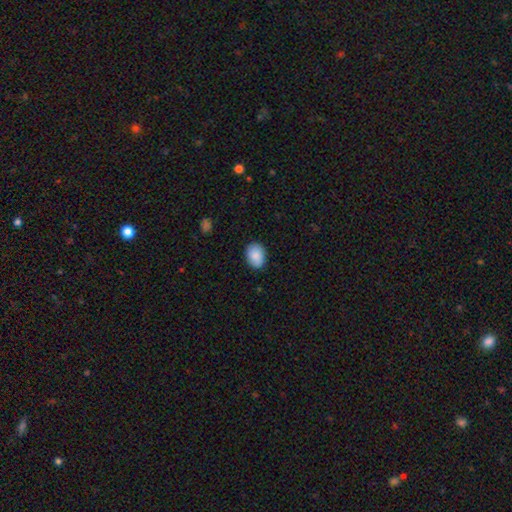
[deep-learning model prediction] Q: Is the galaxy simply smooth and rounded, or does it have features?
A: smooth — 88%.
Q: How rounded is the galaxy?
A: in between — 73%.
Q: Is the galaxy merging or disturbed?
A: none — 86%.